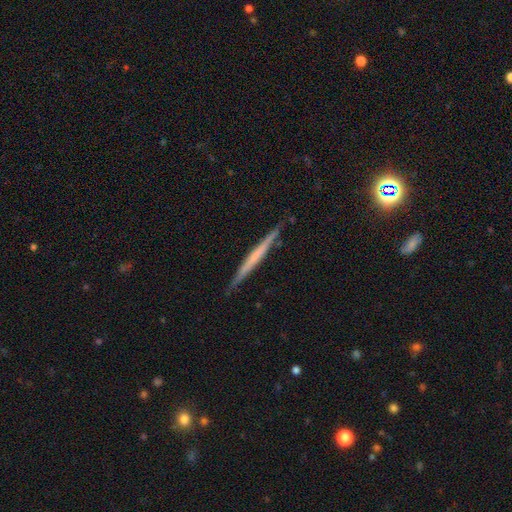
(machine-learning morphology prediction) Q: Smooth or featured?
A: featured or disk (56%); runner-up: smooth (38%)
Q: Edge-on disk?
A: yes (97%); runner-up: no (3%)
Q: Edge-on bulge?
A: none (82%); runner-up: rounded (12%)
Q: Merging?
A: none (89%); runner-up: minor disturbance (8%)